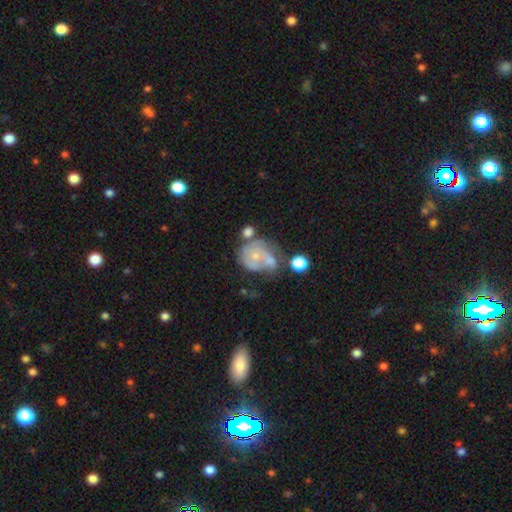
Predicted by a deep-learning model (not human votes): Overall: featured or disk (63%; smooth 28%). Edge-on disk: no (98%). Bar: no (83%). Spiral arms: yes (60%; no 40%). Bulge size: small (68%). Merging: merger (31%; none 27%).